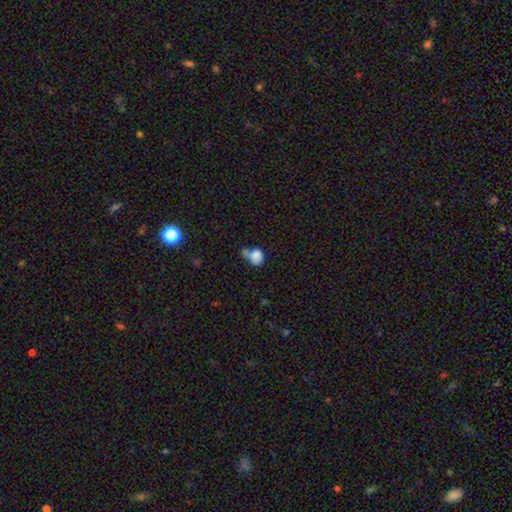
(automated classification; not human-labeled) A smooth galaxy with no disk features (80%) that is round (57%). Merging: merger (41%).